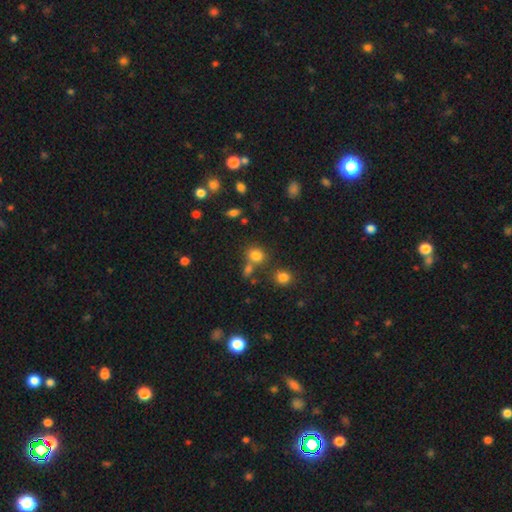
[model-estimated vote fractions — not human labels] Smooth or featured: smooth — 79% (star or artifact — 15%)
How rounded: round — 74% (in between — 25%)
Merging: none — 62% (merger — 23%)